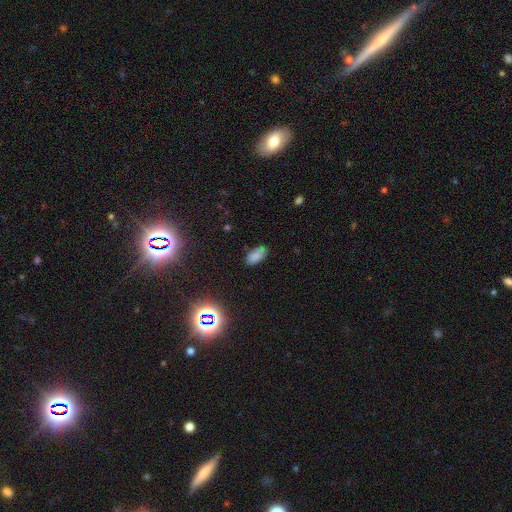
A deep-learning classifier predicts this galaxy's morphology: This is likely a smooth galaxy (80%). How rounded: clearly in between (93%). Merging: likely none (78%).